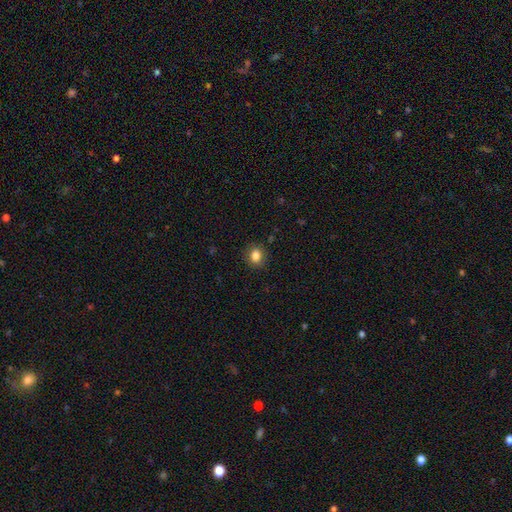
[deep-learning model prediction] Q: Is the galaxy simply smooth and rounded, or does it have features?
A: smooth — 84%.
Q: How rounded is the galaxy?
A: round — 63%.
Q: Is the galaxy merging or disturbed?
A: none — 88%.